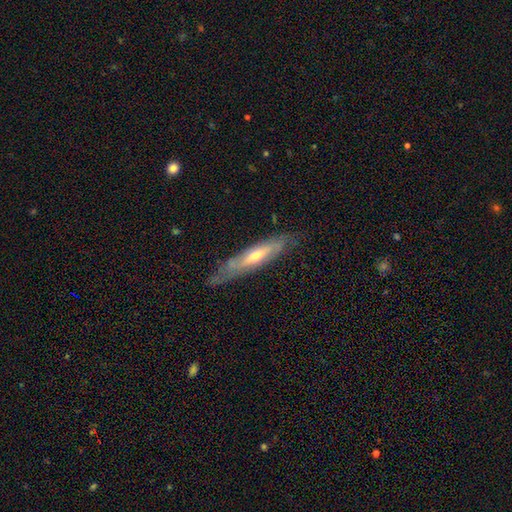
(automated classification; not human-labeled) This appears to be a featured or disk galaxy (63%) viewed edge-on (73%). Merging: none (77%).